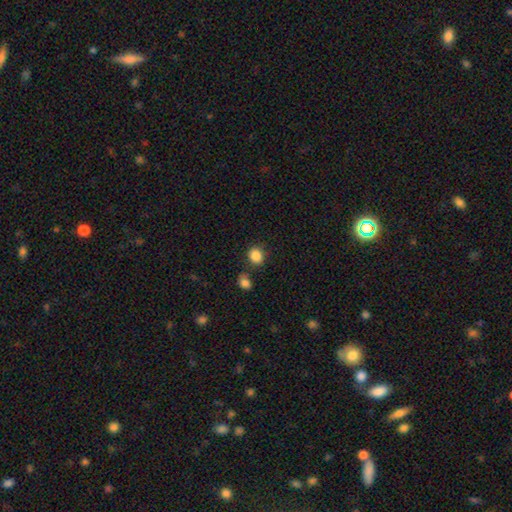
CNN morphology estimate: smooth 86%, star or artifact 10%, featured or disk 4%. Down the decision tree: how rounded — round (59%); merging — none (74%).